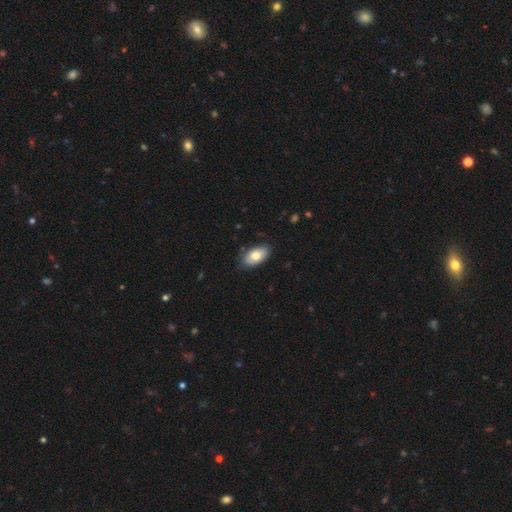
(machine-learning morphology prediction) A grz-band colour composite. It shows a smooth galaxy with no disk features (76%) that is in between round and cigar-shaped (94%). Merging: none (83%).